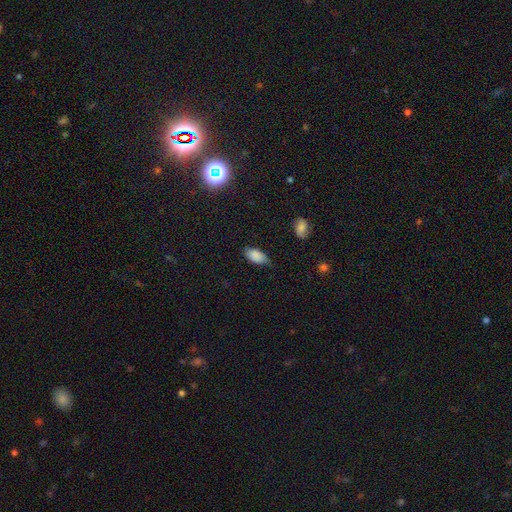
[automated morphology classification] Q: Smooth or featured?
A: smooth (85%); runner-up: star or artifact (8%)
Q: How rounded?
A: in between (93%); runner-up: round (3%)
Q: Merging?
A: none (62%); runner-up: minor disturbance (31%)